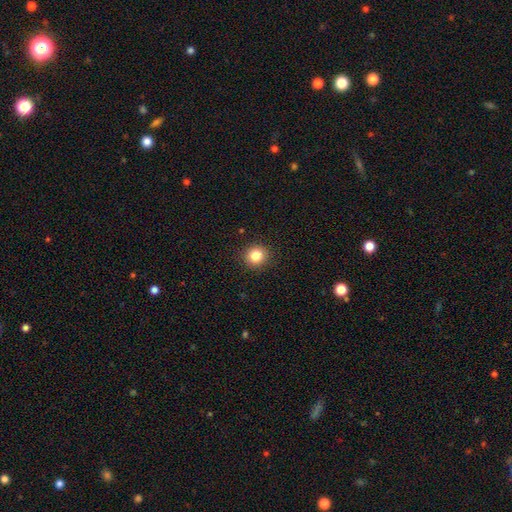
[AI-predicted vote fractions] Smooth or featured? Predicted: smooth (p=0.84). How rounded? Predicted: round (p=0.90). Merging? Predicted: none (p=0.92).